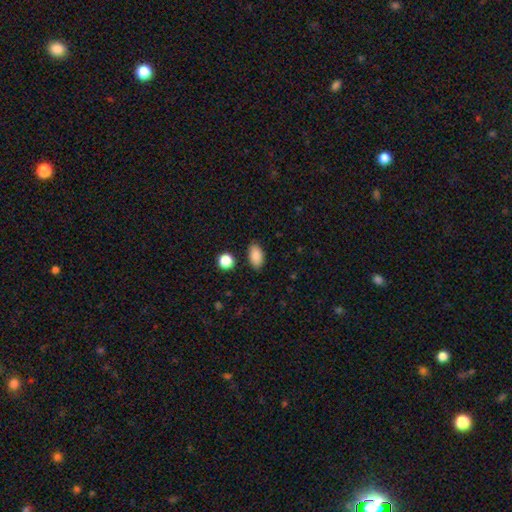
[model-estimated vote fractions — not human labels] Smooth or featured? smooth (88%)
How rounded? in between (91%)
Merging? none (84%)